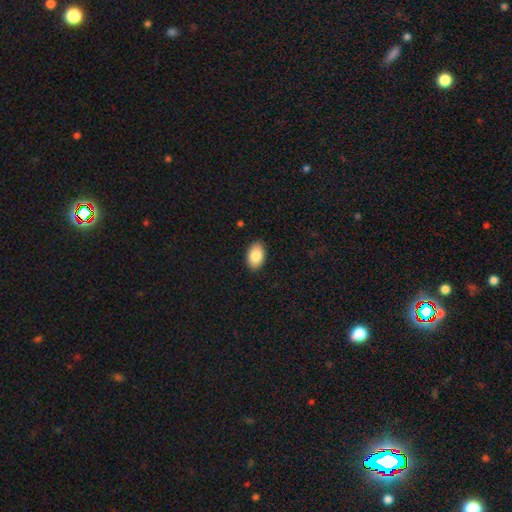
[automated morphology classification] This is clearly a smooth galaxy (85%). How rounded: clearly in between (90%). Merging: clearly none (89%).